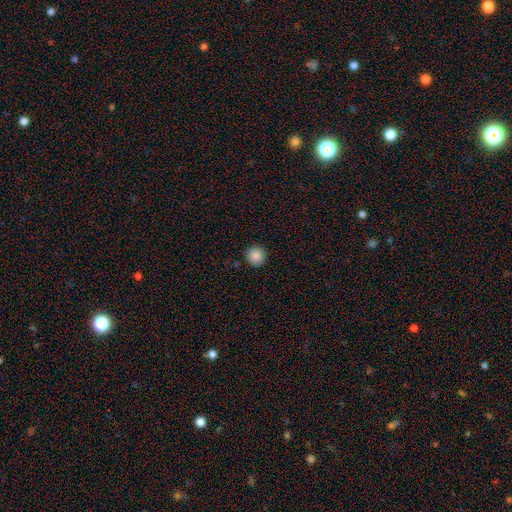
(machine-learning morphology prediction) A smooth galaxy with no disk features (88%) that is round (95%). Merging: none (92%).